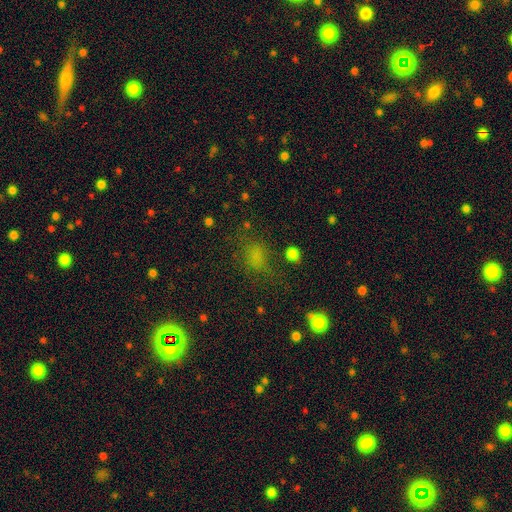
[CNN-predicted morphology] The model was most divided on "how rounded": in between: 58%, round: 40%, cigar-shaped: 2%. More confident: smooth or featured — smooth (69%); merging — none (61%).